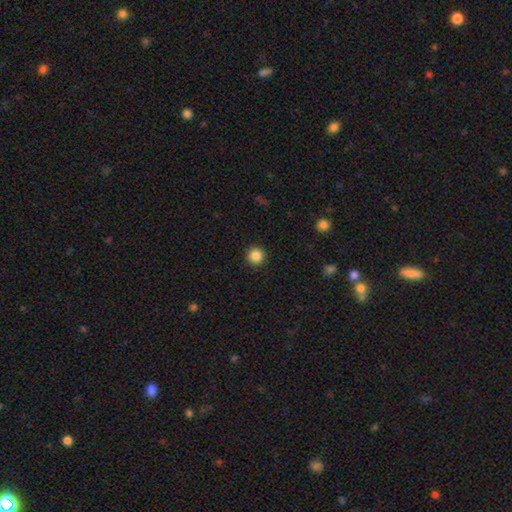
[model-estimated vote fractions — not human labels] This appears to be a smooth galaxy with no disk features (86%) that is round (96%). Merging: none (93%).